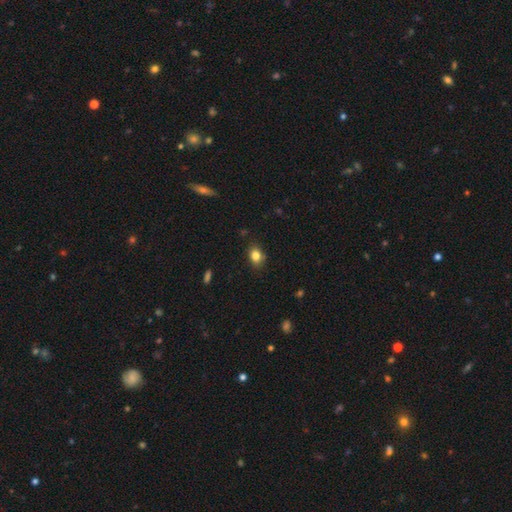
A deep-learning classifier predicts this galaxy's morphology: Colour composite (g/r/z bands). It shows a smooth galaxy with no disk features (83%) that is in between round and cigar-shaped (60%). Merging: none (82%).